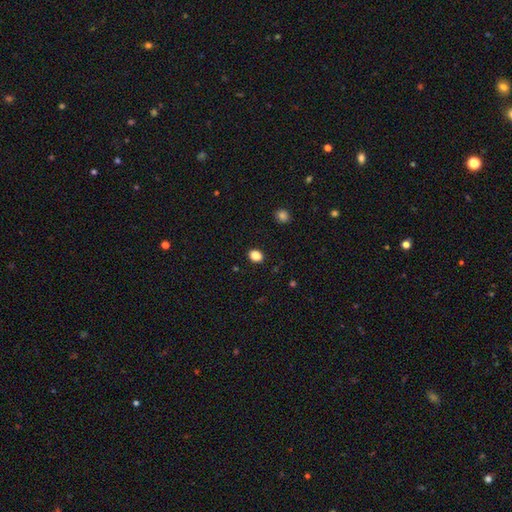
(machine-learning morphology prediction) smooth_or_featured: smooth (p=0.86) [alt: star or artifact p=0.11]
how_rounded: in between (p=0.59) [alt: round p=0.40]
merging: none (p=0.90) [alt: minor disturbance p=0.07]